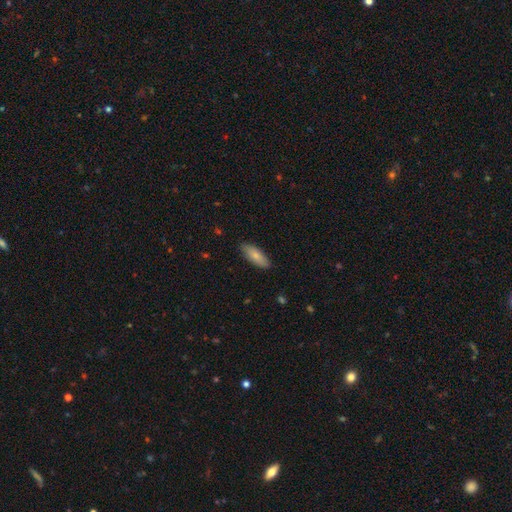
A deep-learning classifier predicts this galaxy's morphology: smooth_or_featured: smooth (p=0.80) [alt: featured or disk p=0.14]
how_rounded: in between (p=0.69) [alt: cigar-shaped p=0.29]
merging: none (p=0.86) [alt: minor disturbance p=0.11]